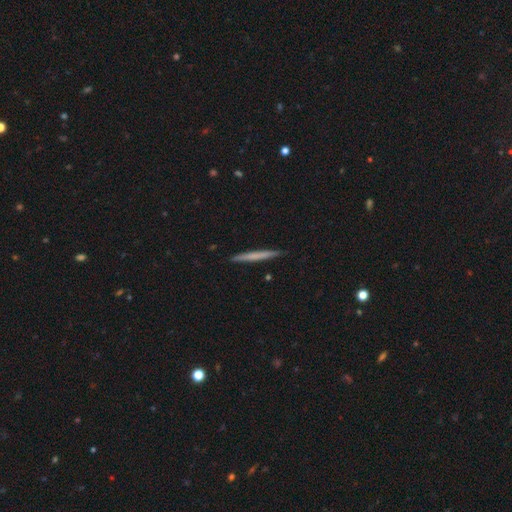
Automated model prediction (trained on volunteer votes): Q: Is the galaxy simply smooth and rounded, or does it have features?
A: smooth — 58%.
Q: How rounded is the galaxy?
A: cigar-shaped — 97%.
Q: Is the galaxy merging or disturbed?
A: none — 91%.